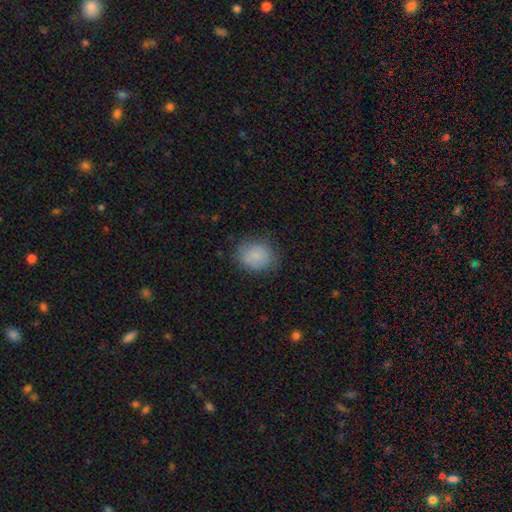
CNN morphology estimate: A smooth galaxy with no disk features (85%) that is round (63%). Merging: none (79%).